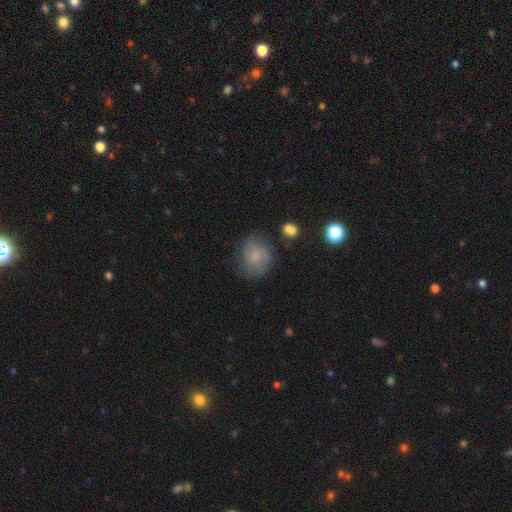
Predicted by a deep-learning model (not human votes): Smooth or featured? Predicted: smooth (p=0.54). How rounded? Predicted: round (p=0.65). Merging? Predicted: none (p=0.67).